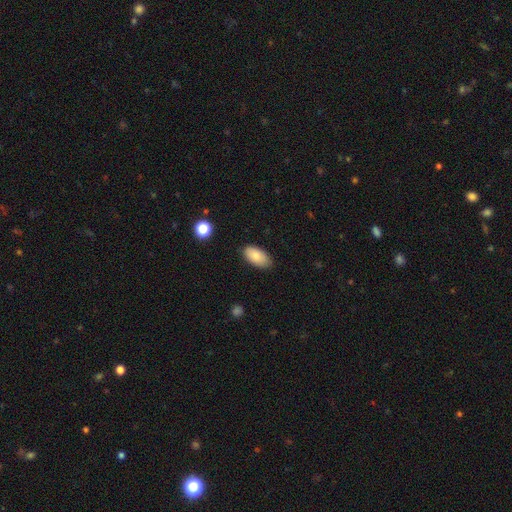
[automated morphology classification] Overall: smooth (84%). How rounded: in between (94%). Merging: none (84%).